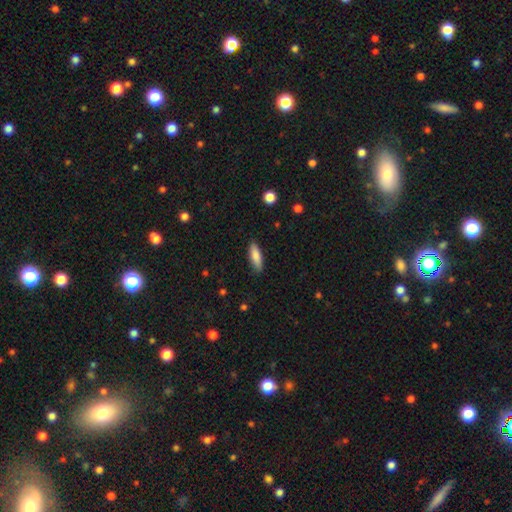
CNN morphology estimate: The model was most divided on "how rounded": in between: 52%, cigar-shaped: 46%, round: 2%. More confident: merging — none (87%); smooth or featured — smooth (84%).